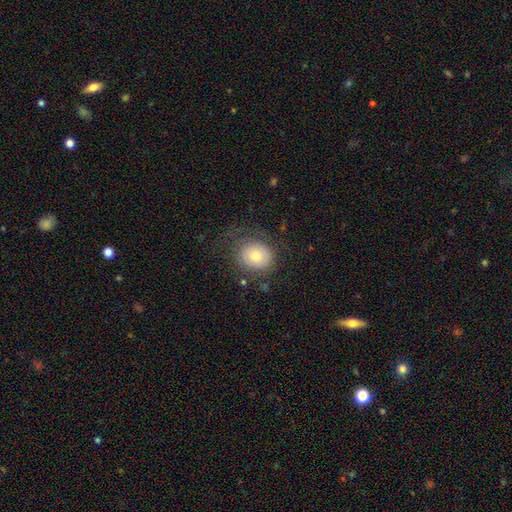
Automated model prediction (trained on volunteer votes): The model was most divided on "how rounded": round: 70%, in between: 29%, cigar-shaped: 1%. More confident: smooth or featured — smooth (71%); merging — none (65%).